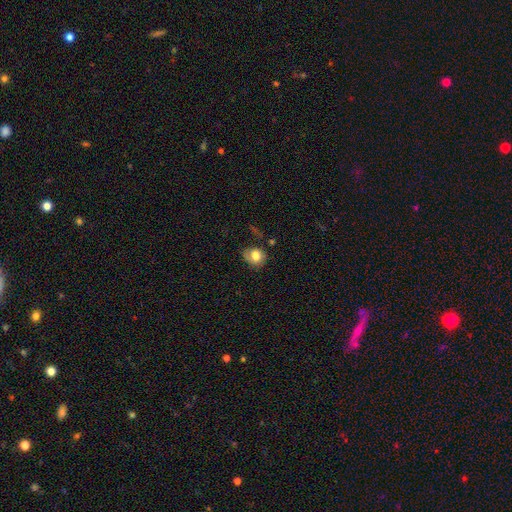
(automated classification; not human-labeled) This is likely a smooth galaxy (77%). How rounded: likely round (70%). Merging: likely none (63%).